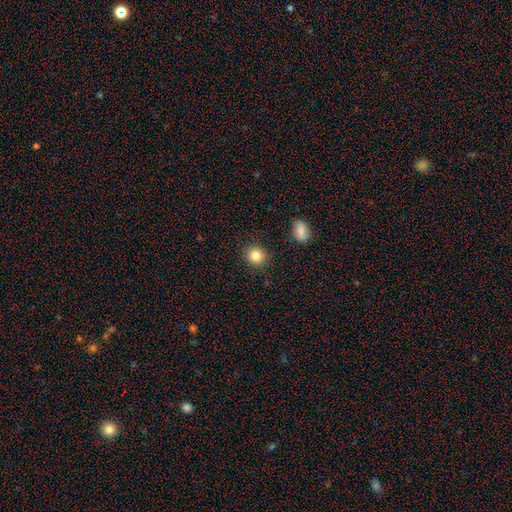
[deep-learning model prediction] smooth 84%, star or artifact 10%, featured or disk 6%. Down the decision tree: how rounded — round (89%); merging — none (89%).